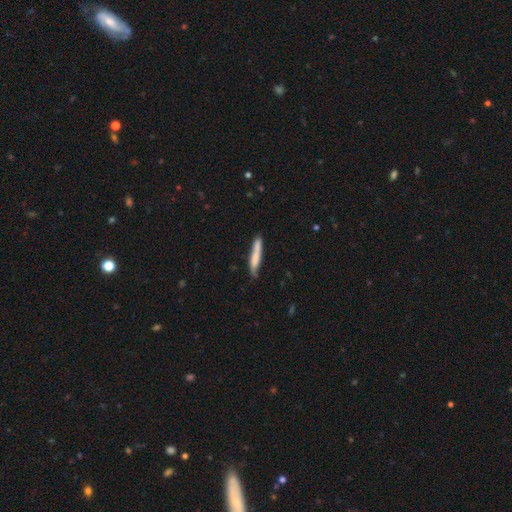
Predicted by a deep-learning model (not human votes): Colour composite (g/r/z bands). It shows a smooth galaxy with no disk features (71%) that is cigar-shaped (93%). Merging: none (73%).